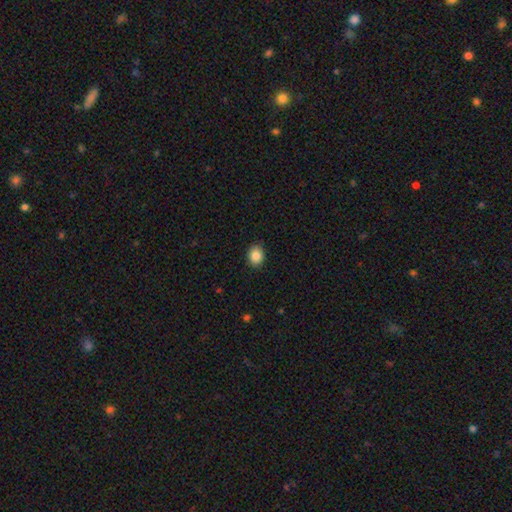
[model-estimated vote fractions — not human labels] Smooth or featured? smooth (87%)
How rounded? round (52%)
Merging? none (88%)